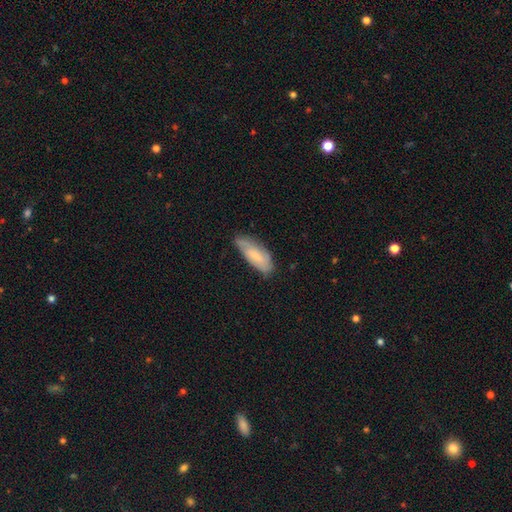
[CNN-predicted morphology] Smooth or featured?
  - smooth: 65% *
  - featured or disk: 28%
  - star or artifact: 7%
How rounded?
  - in between: 73% *
  - cigar-shaped: 25%
  - round: 2%
Merging?
  - none: 62% *
  - minor disturbance: 30%
  - major disturbance: 7%
  - merger: 2%